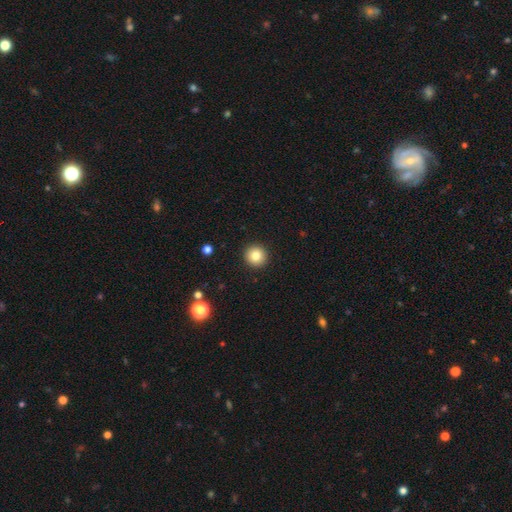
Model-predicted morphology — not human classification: smooth_or_featured: smooth (p=0.82) [alt: star or artifact p=0.10]
how_rounded: round (p=0.95) [alt: in between p=0.04]
merging: none (p=0.93) [alt: minor disturbance p=0.04]